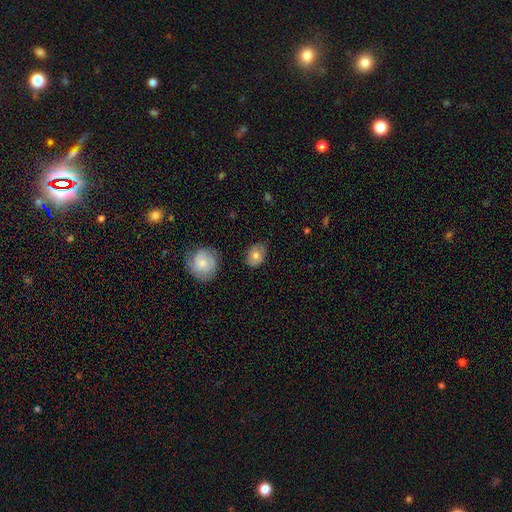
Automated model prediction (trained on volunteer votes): A smooth galaxy with no disk features (73%) that is in between round and cigar-shaped (61%).

Vote fractions:
- Smooth or featured? smooth: 73% / featured or disk: 19% / star or artifact: 8%
- How rounded? in between: 61% / round: 38% / cigar-shaped: 1%
- Merging? none: 80% / minor disturbance: 15% / major disturbance: 3% / merger: 2%